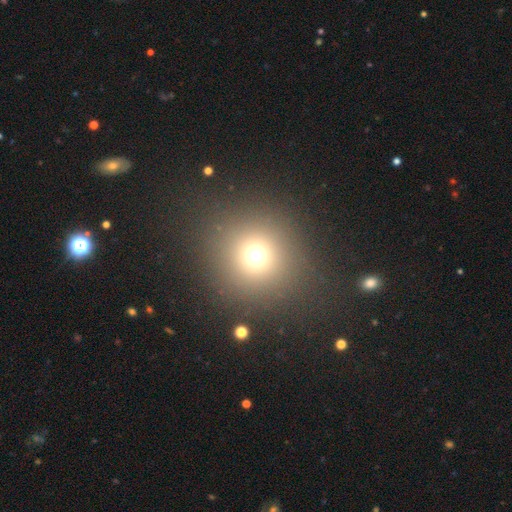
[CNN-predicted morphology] This is likely a smooth galaxy (69%). How rounded: clearly round (93%). Merging: clearly none (86%).